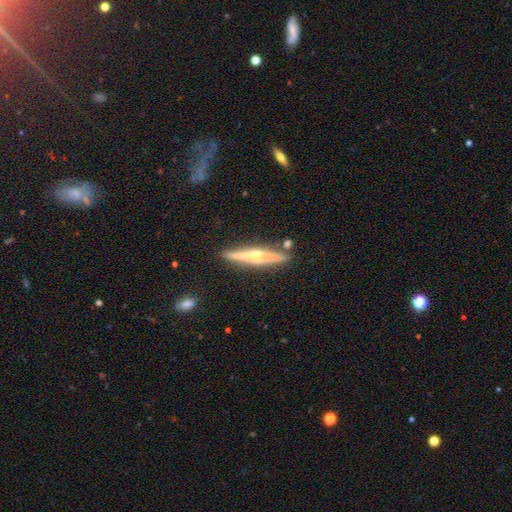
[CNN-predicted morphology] Overall: featured or disk (75%). Edge-on disk: yes (95%). Edge-on bulge: rounded (88%). Merging: none (80%).